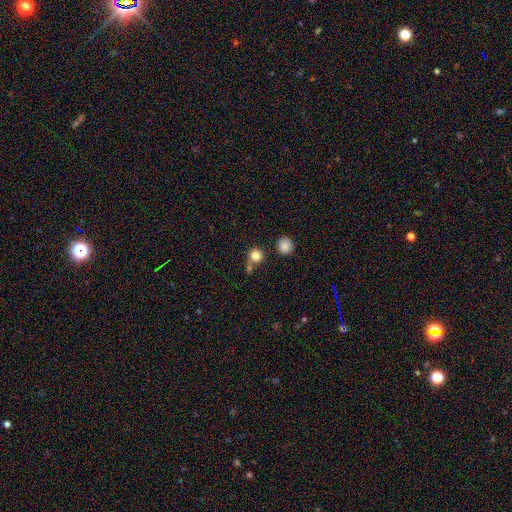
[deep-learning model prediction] The model was most divided on "merging": none: 62%, merger: 24%, minor disturbance: 10%, major disturbance: 4%. More confident: how rounded — round (91%); smooth or featured — smooth (82%).